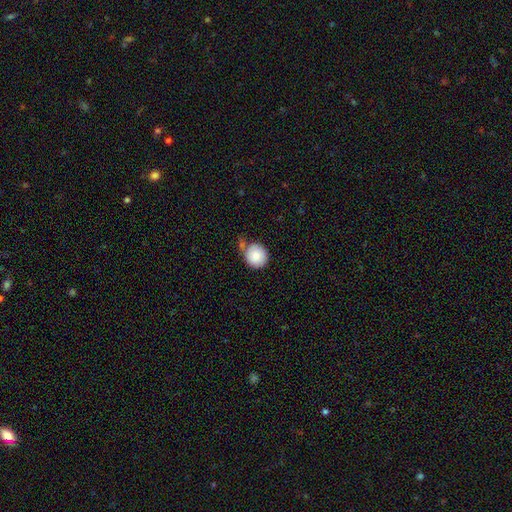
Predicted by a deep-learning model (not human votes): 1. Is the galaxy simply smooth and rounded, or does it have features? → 83% smooth, 9% featured or disk, 7% star or artifact.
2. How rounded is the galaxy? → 90% round, 9% in between, 1% cigar-shaped.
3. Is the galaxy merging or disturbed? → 53% none, 24% minor disturbance, 15% merger, 8% major disturbance.